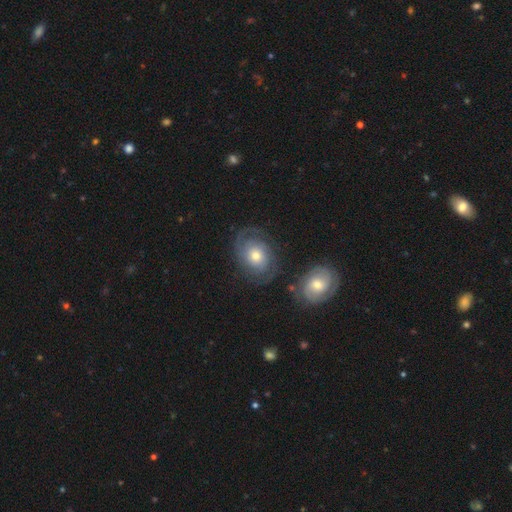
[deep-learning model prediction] Smooth or featured? featured or disk (80%)
Edge-on disk? no (97%)
Bar? no (79%)
Spiral arms? yes (95%)
Spiral winding? tight (57%)
Spiral arm count? 2 (69%)
Bulge size? moderate (61%)
Merging? none (73%)